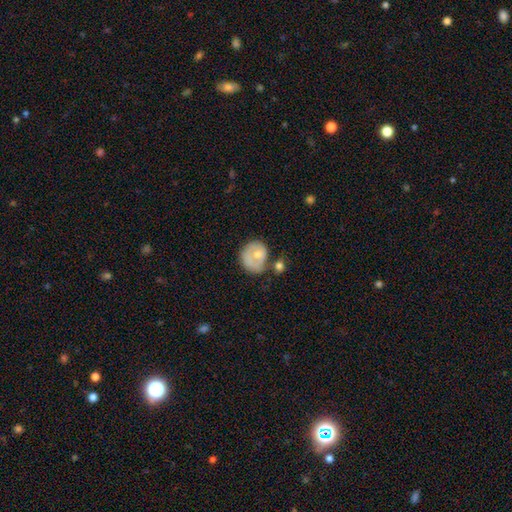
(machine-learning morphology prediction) type=smooth (62%); roundness=round (69%); merging=none (43%).